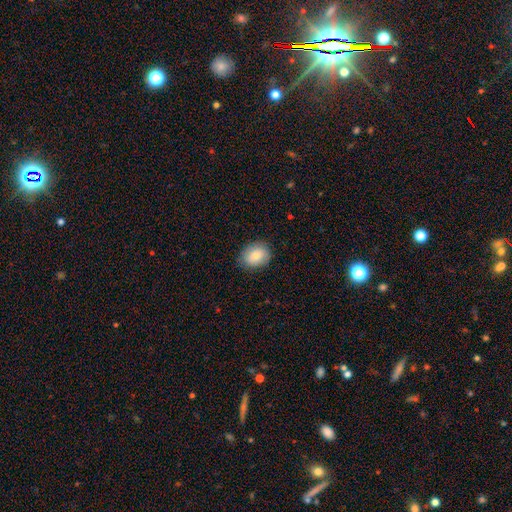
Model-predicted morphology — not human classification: Smooth or featured? smooth (83%)
How rounded? in between (54%)
Merging? none (83%)